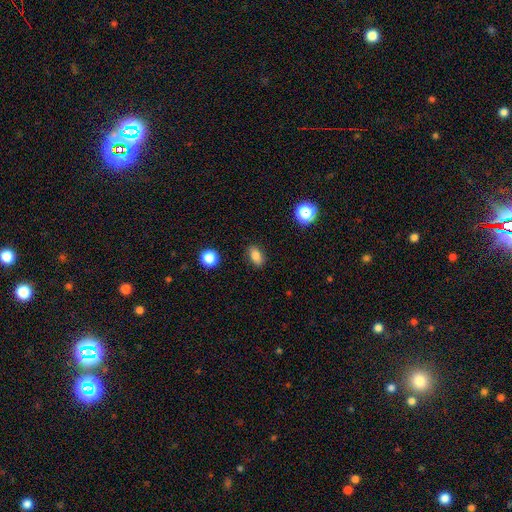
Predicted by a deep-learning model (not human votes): The model was most divided on "how rounded": in between: 83%, round: 13%, cigar-shaped: 4%. More confident: merging — none (87%); smooth or featured — smooth (83%).